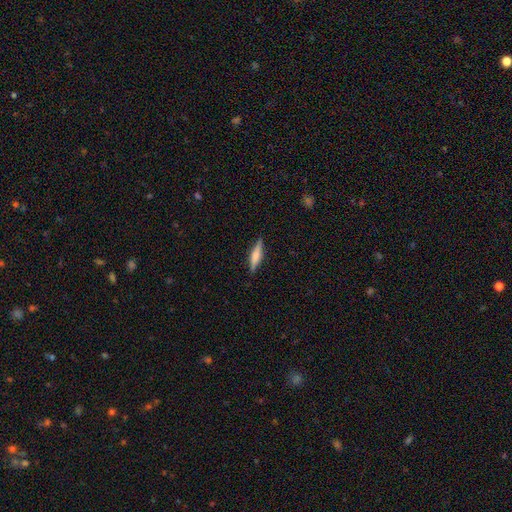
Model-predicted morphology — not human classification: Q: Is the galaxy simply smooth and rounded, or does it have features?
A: smooth — 50%.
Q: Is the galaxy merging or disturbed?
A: none — 88%.